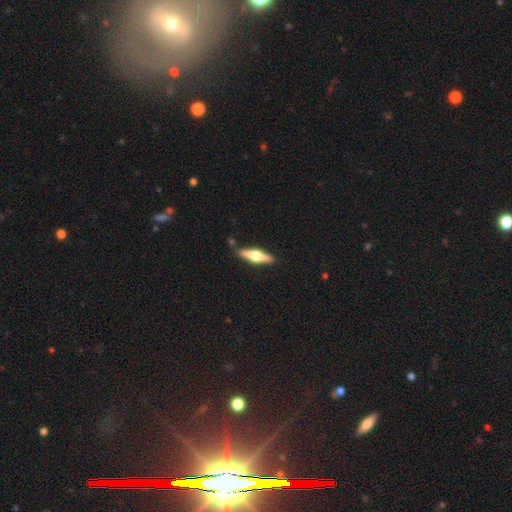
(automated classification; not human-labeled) A featured or disk galaxy (64%) viewed edge-on (96%) with a rounded central bulge (95%). Merging: none (88%).